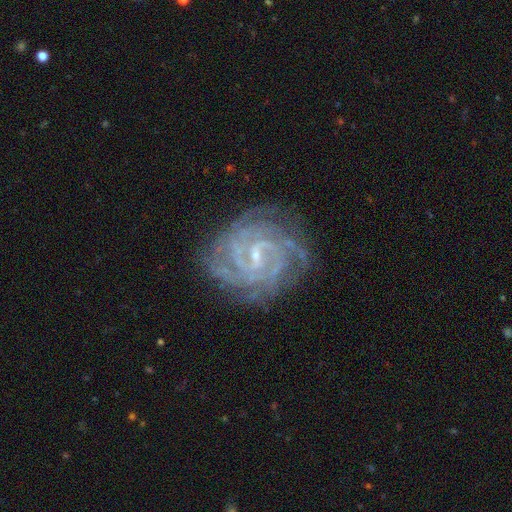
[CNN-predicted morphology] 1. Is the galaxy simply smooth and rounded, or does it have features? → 91% featured or disk, 6% star or artifact, 4% smooth.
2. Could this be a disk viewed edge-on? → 98% no, 2% yes.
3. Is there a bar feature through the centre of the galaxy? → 53% weak, 26% strong, 20% no.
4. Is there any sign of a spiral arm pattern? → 98% yes, 2% no.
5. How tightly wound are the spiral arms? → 72% tight, 24% medium, 3% loose.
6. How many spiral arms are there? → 25% 4, 21% can't tell, 17% 3, 17% 2, 13% more than 4, 7% 1.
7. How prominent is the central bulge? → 80% small, 14% moderate, 4% none, 1% large, 1% dominant.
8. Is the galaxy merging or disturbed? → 78% none, 15% minor disturbance, 5% major disturbance, 1% merger.